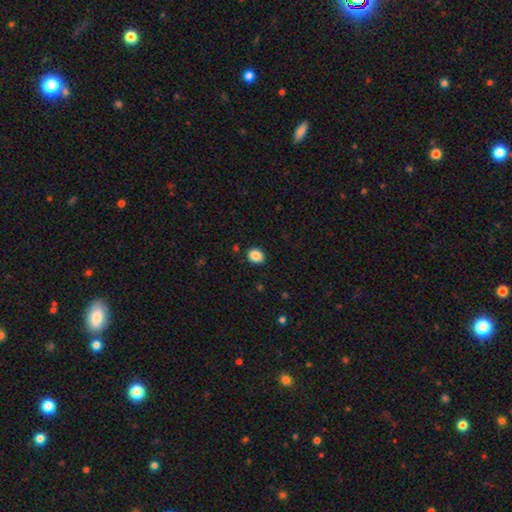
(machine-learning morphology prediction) The model was most divided on "how rounded": round: 50%, in between: 49%, cigar-shaped: 1%. More confident: merging — none (90%); smooth or featured — smooth (88%).